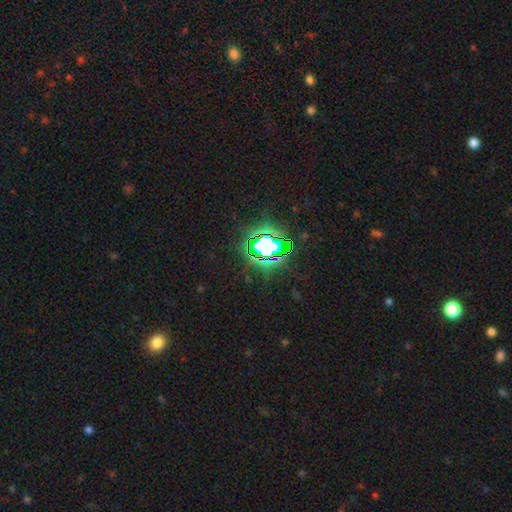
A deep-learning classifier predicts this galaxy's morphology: Smooth or featured?
  - star or artifact: 83% *
  - smooth: 10%
  - featured or disk: 7%